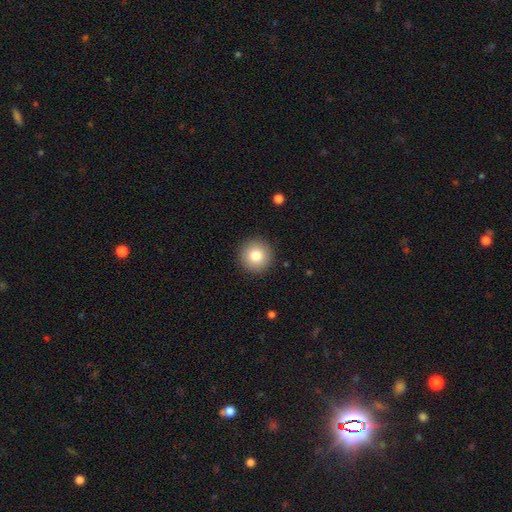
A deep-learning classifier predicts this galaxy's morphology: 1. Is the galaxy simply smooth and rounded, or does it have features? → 81% smooth, 10% featured or disk, 9% star or artifact.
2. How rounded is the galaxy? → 95% round, 4% in between, 1% cigar-shaped.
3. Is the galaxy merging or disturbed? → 92% none, 5% minor disturbance, 2% major disturbance, 1% merger.